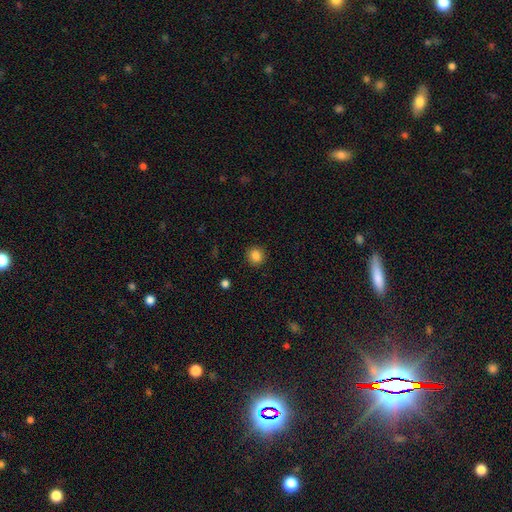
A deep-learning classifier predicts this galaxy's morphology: smooth_or_featured: smooth (p=0.85) [alt: star or artifact p=0.10]
how_rounded: round (p=0.87) [alt: in between p=0.12]
merging: none (p=0.91) [alt: minor disturbance p=0.06]